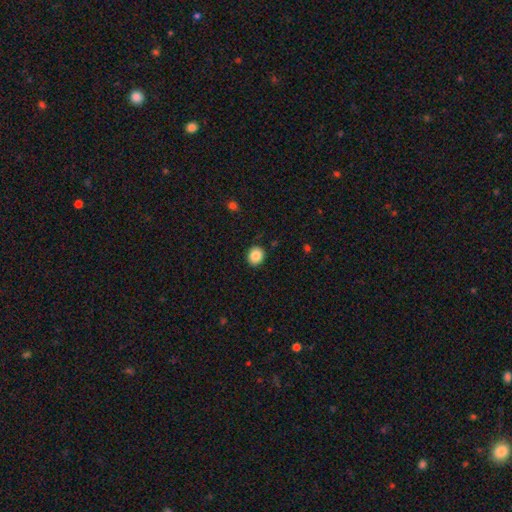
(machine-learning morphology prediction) A smooth galaxy with no disk features (87%) that is round (73%). Merging: none (89%).